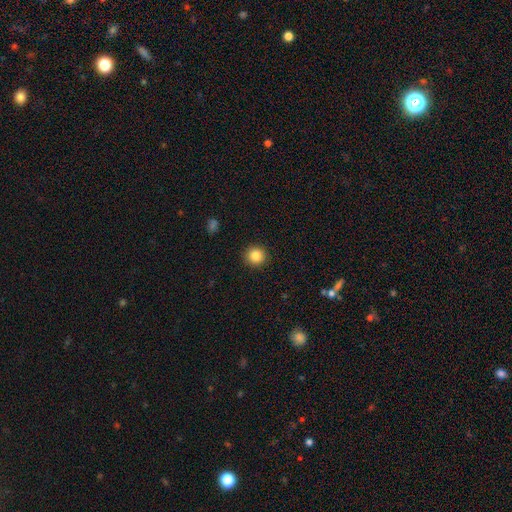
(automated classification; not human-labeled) smooth 85%, star or artifact 10%, featured or disk 5%. Down the decision tree: how rounded — round (93%); merging — none (92%).